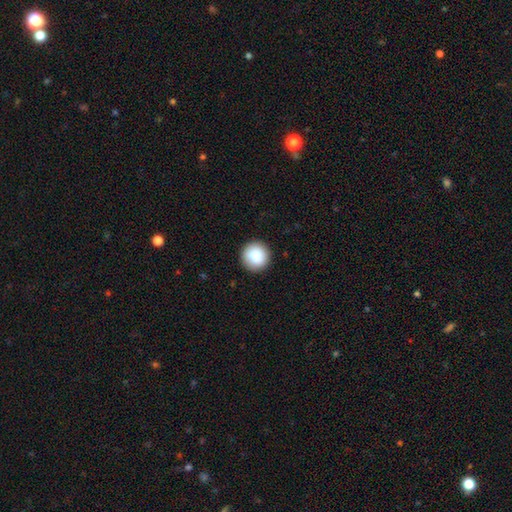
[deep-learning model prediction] The model was most divided on "smooth or featured": smooth: 88%, star or artifact: 7%, featured or disk: 5%. More confident: how rounded — round (95%); merging — none (91%).